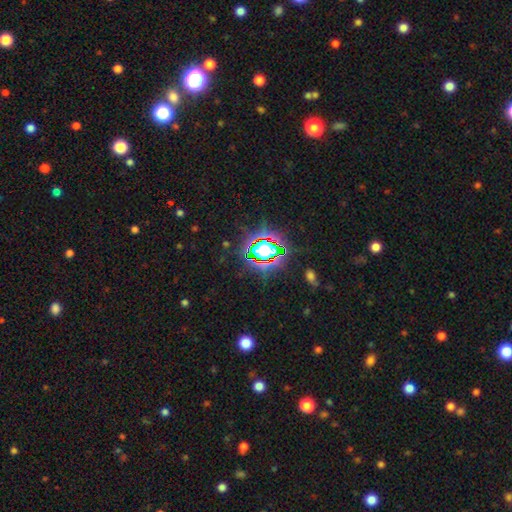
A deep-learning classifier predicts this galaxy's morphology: Smooth or featured? star or artifact (79%)